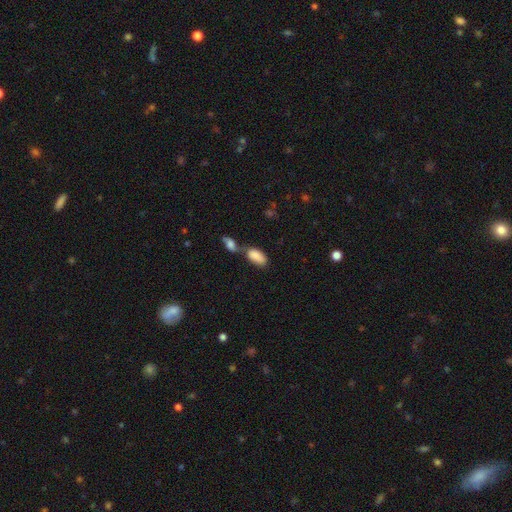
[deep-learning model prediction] The model was most divided on "merging": merger: 52%, none: 31%, minor disturbance: 11%, major disturbance: 5%. More confident: how rounded — in between (92%); smooth or featured — smooth (85%).